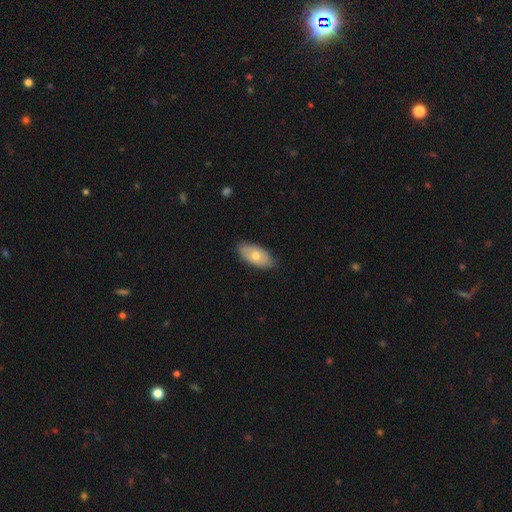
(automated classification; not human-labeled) Overall: smooth (66%; featured or disk 27%). How rounded: in between (93%). Merging: none (83%).